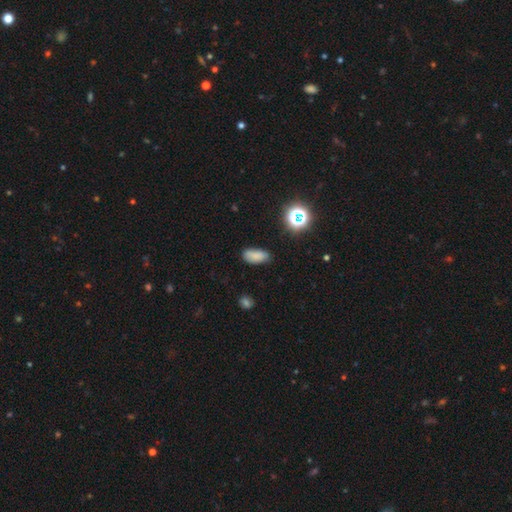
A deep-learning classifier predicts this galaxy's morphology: type=smooth (78%); roundness=in between (86%); merging=none (74%).